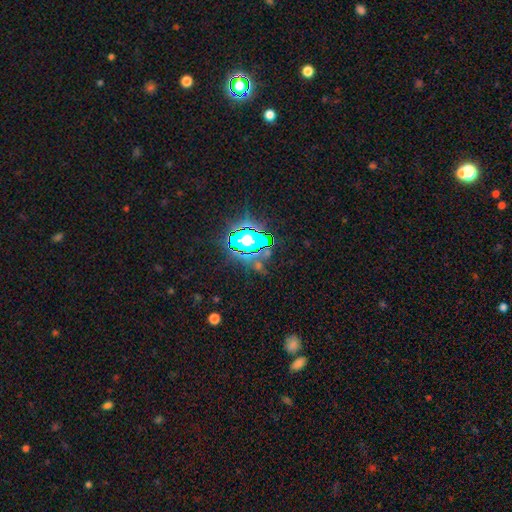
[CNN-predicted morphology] Smooth or featured? star or artifact (80%)